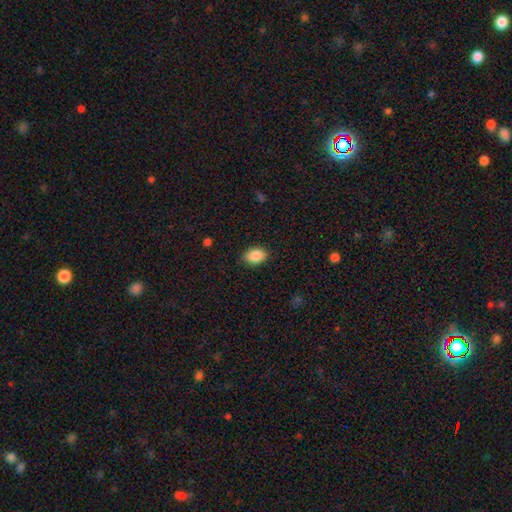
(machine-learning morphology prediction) Smooth or featured: smooth — 88% (star or artifact — 8%)
How rounded: in between — 79% (round — 20%)
Merging: none — 86% (minor disturbance — 10%)